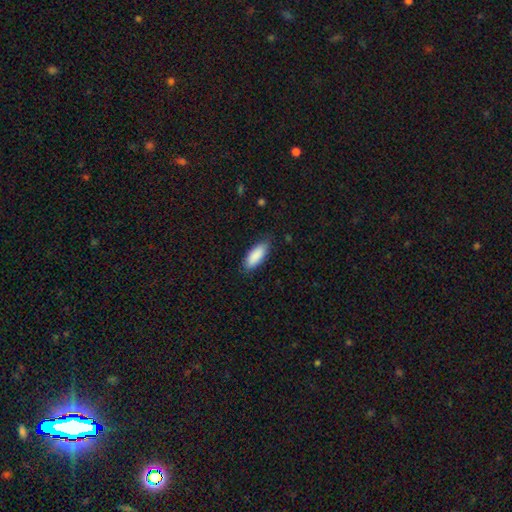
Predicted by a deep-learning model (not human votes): This appears to be a smooth galaxy with no disk features (89%) that is in between round and cigar-shaped (78%). Merging: none (82%).